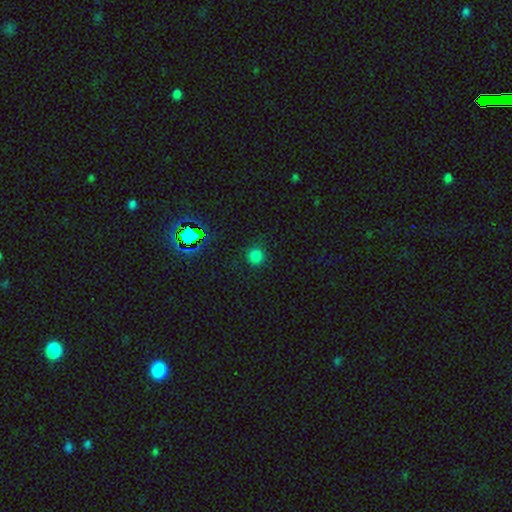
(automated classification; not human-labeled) Overall: smooth (75%). How rounded: round (92%). Merging: none (86%).